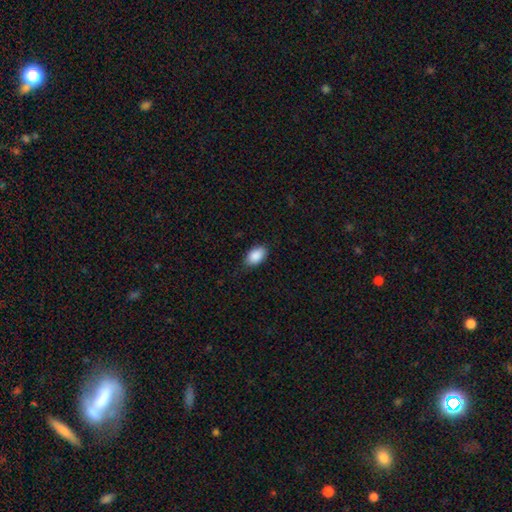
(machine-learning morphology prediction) smooth 90%, star or artifact 7%, featured or disk 4%. Down the decision tree: how rounded — in between (92%); merging — none (82%).